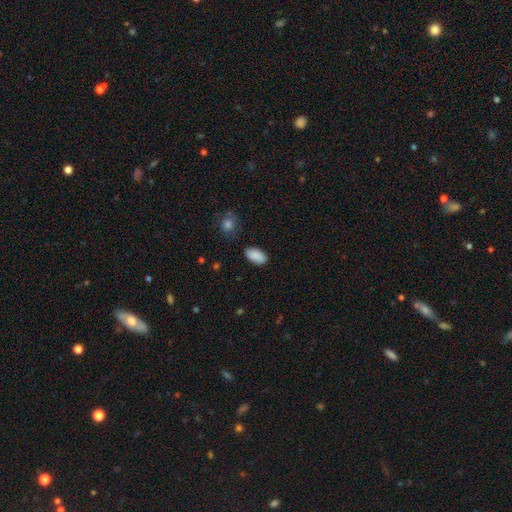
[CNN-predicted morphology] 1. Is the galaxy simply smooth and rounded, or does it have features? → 88% smooth, 7% star or artifact, 5% featured or disk.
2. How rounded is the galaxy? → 94% in between, 3% round, 2% cigar-shaped.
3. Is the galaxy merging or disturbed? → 83% none, 13% minor disturbance, 3% major disturbance, 2% merger.